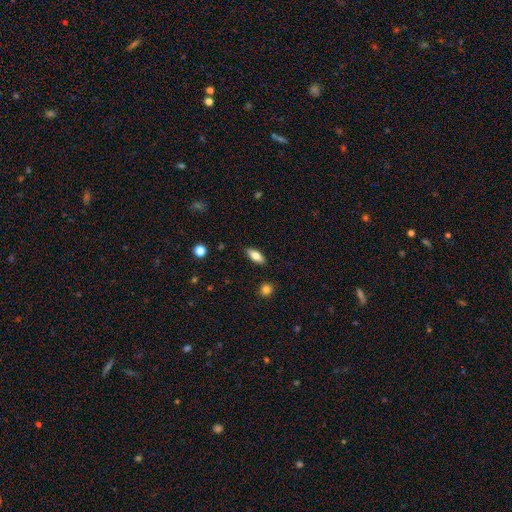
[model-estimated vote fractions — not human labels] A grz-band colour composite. It shows a smooth galaxy with no disk features (74%) that is in between round and cigar-shaped (78%). Merging: none (88%).